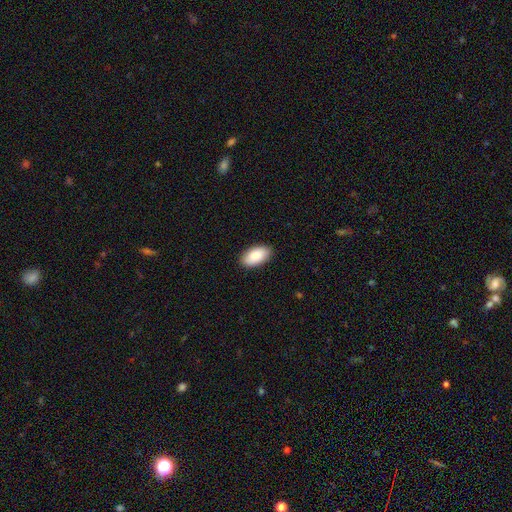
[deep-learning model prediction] Morphology: type=smooth (87%); roundness=in between (95%); merging=none (89%).